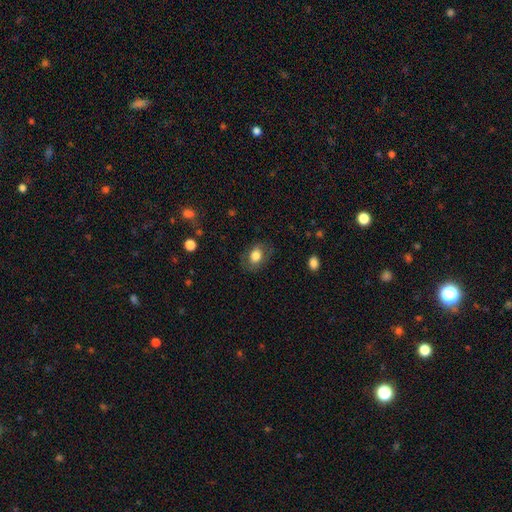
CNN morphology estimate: This is likely a smooth galaxy (74%). How rounded: likely in between (74%). Merging: likely none (77%).